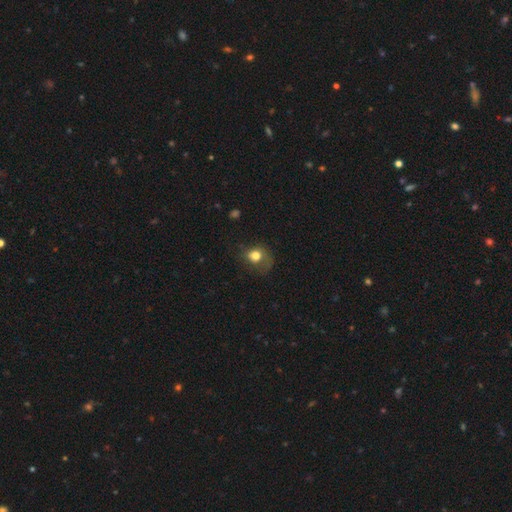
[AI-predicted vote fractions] smooth_or_featured: smooth (p=0.71) [alt: featured or disk p=0.19]
how_rounded: round (p=0.63) [alt: in between p=0.36]
merging: none (p=0.40) [alt: major disturbance p=0.32]